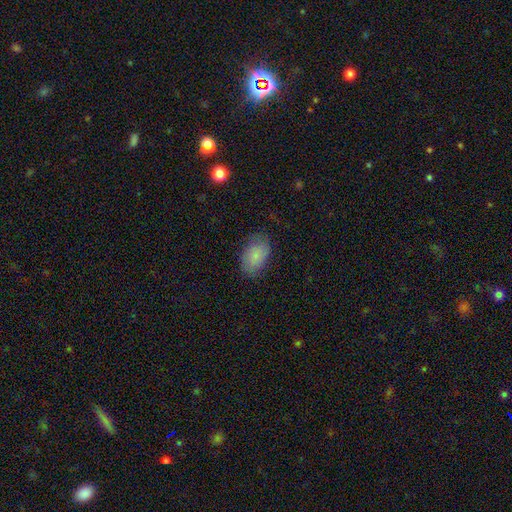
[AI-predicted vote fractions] The model was most divided on "merging": none: 74%, minor disturbance: 19%, major disturbance: 6%, merger: 1%. More confident: how rounded — in between (90%); smooth or featured — smooth (82%).